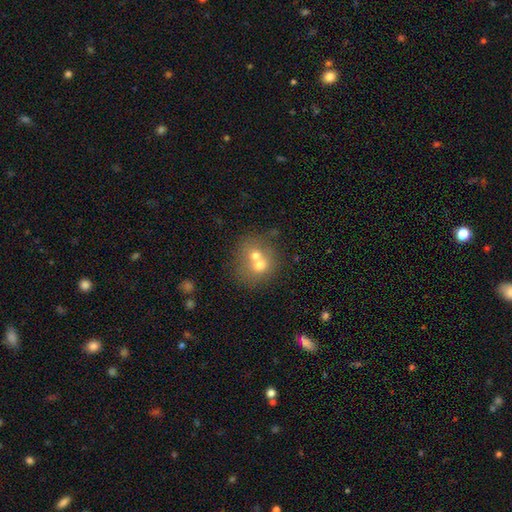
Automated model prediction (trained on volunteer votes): smooth-or-featured: smooth: 62% | featured or disk: 27% | star or artifact: 11%
  how-rounded: round: 75% | in between: 24% | cigar-shaped: 1%
  merging: merger: 61% | none: 29% | minor disturbance: 6% | major disturbance: 3%